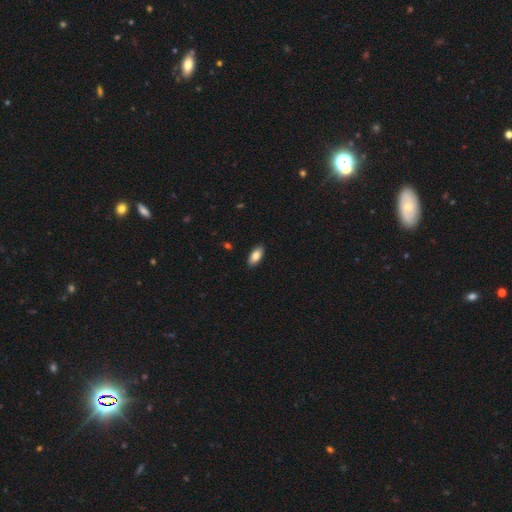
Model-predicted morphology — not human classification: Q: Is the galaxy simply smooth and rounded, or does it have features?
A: smooth — 83%.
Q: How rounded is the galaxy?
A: in between — 90%.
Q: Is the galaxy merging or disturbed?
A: none — 90%.